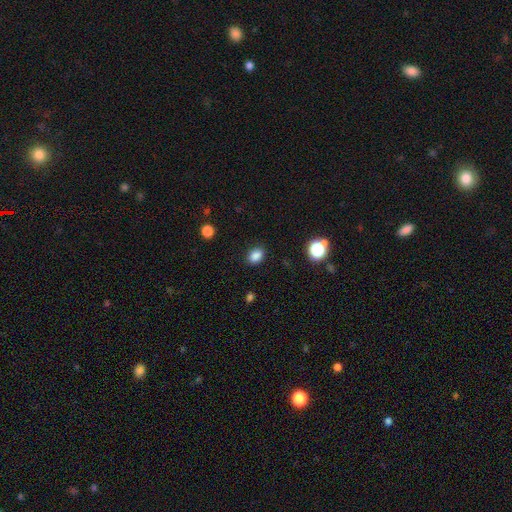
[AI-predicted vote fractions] Smooth or featured? Predicted: smooth (p=0.85). How rounded? Predicted: in between (p=0.69). Merging? Predicted: none (p=0.87).